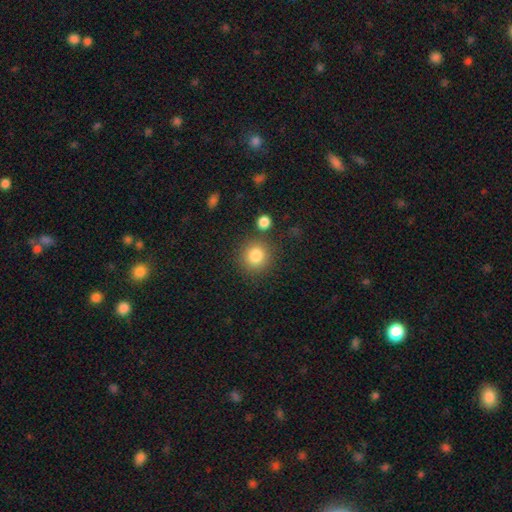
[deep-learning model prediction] Smooth or featured: smooth — 84% (star or artifact — 10%)
How rounded: round — 90% (in between — 9%)
Merging: none — 81% (minor disturbance — 9%)